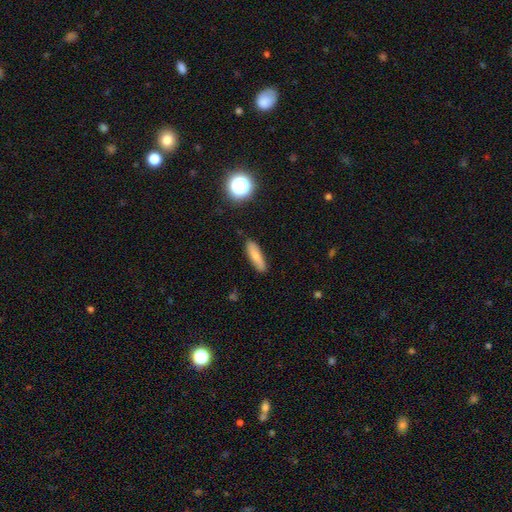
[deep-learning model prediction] Morphology: type=smooth (75%); roundness=cigar-shaped (62%); merging=none (84%).